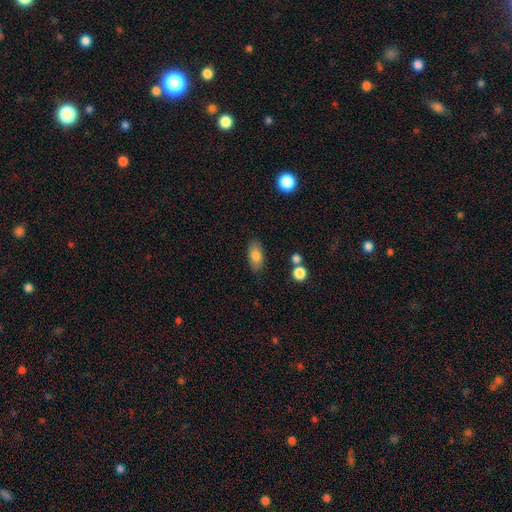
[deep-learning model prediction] Q: Smooth or featured?
A: smooth (82%); runner-up: featured or disk (11%)
Q: How rounded?
A: in between (89%); runner-up: cigar-shaped (6%)
Q: Merging?
A: none (83%); runner-up: minor disturbance (11%)